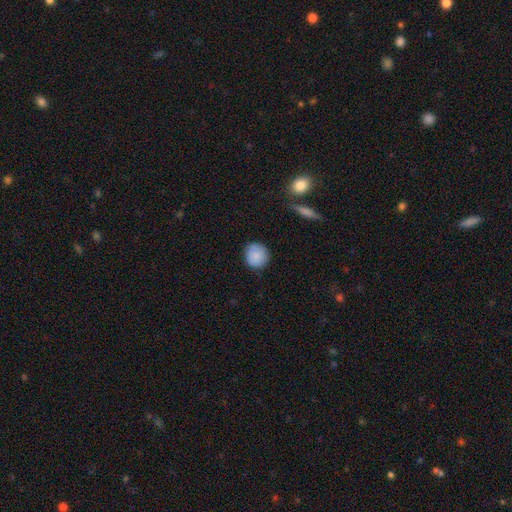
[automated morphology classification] smooth-or-featured: smooth: 86% | star or artifact: 7% | featured or disk: 7%
  how-rounded: round: 89% | in between: 10% | cigar-shaped: 1%
  merging: none: 84% | minor disturbance: 12% | major disturbance: 3% | merger: 1%